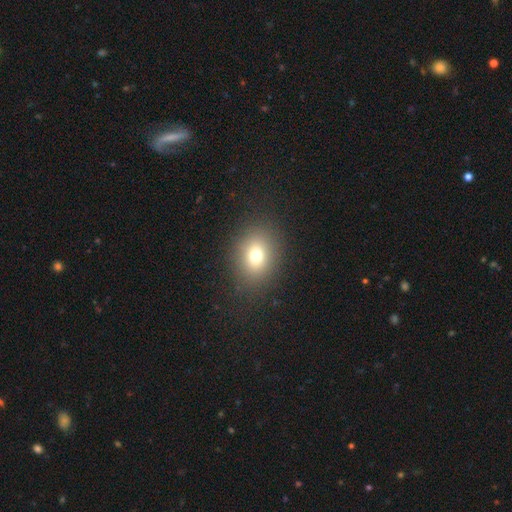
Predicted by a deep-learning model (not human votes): smooth-or-featured: smooth: 73% | star or artifact: 15% | featured or disk: 12%
  how-rounded: round: 51% | in between: 48% | cigar-shaped: 1%
  merging: none: 86% | minor disturbance: 8% | major disturbance: 5% | merger: 1%